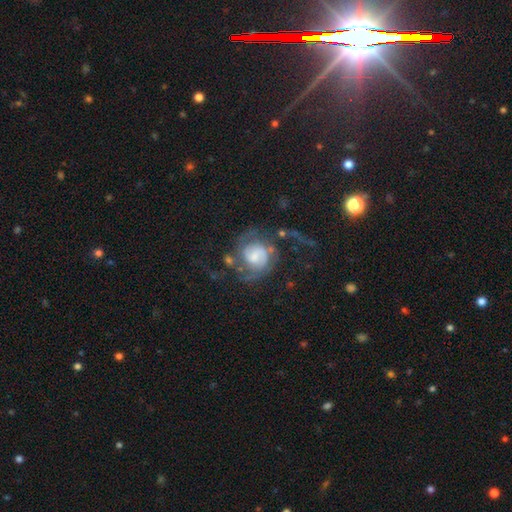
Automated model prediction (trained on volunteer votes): This appears to be a featured or disk galaxy (74%) with no bar (51%), 2 (66%) medium (43%) spiral arms (90%) and a moderate central bulge (35%). Merging: none (40%).